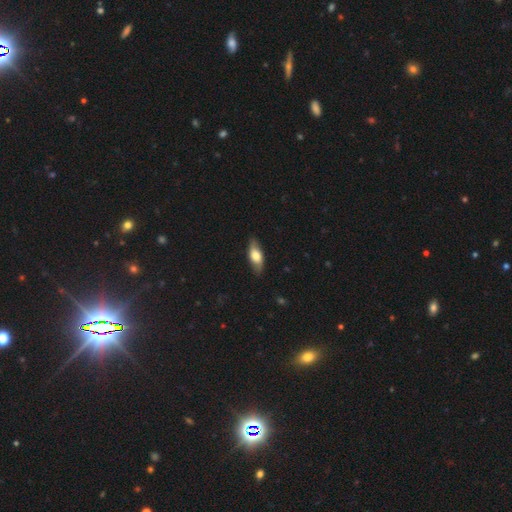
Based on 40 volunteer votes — Smooth or featured?
  - smooth: 68% *
  - featured or disk: 28%
  - star or artifact: 5%
How rounded?
  - in between: 59% *
  - cigar-shaped: 33%
  - round: 7%
Merging?
  - none: 84% *
  - minor disturbance: 16%
  - major disturbance: 0%
  - merger: 0%